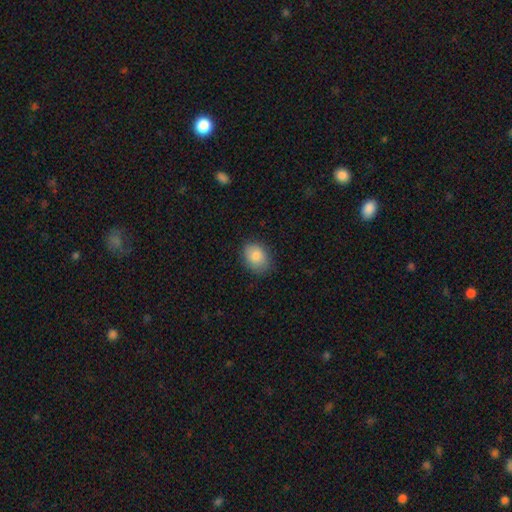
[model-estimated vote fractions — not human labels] Morphology: type=smooth (85%); roundness=in between (64%); merging=none (83%).